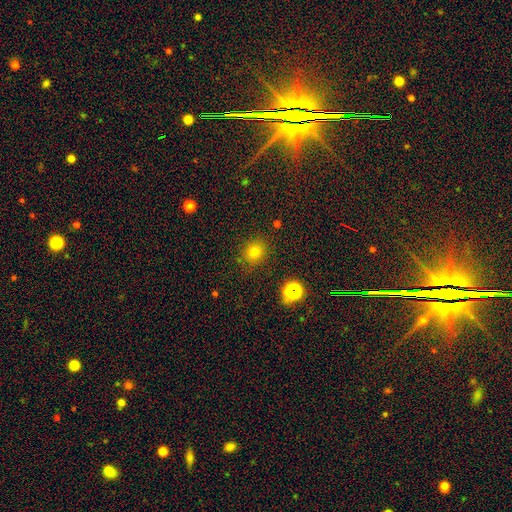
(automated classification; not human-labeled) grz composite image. It shows a smooth galaxy with no disk features (73%) that is round (81%). Merging: none (86%).